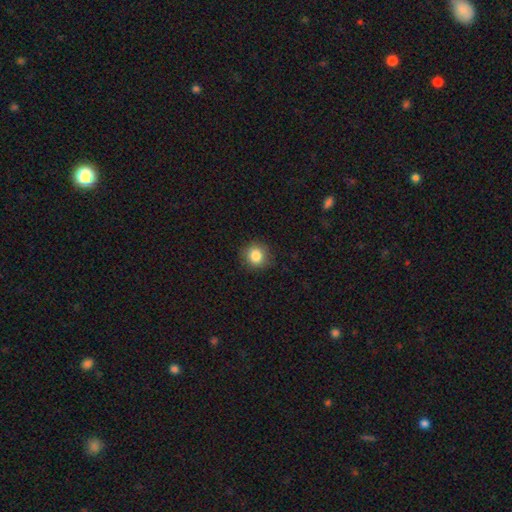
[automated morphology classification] Smooth or featured? Predicted: smooth (p=0.84). How rounded? Predicted: round (p=0.87). Merging? Predicted: none (p=0.87).